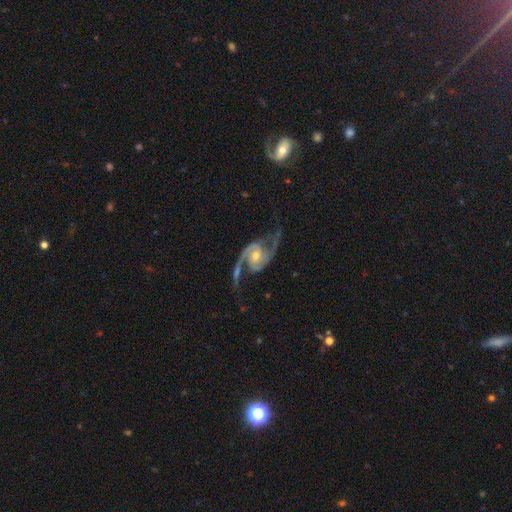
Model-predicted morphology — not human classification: type=featured or disk (92%); edge-on=no (97%); bar=no (52%); spiral arms=yes (98%); winding=medium (49%); arm count=2 (93%); bulge=moderate (53%); merging=none (70%).